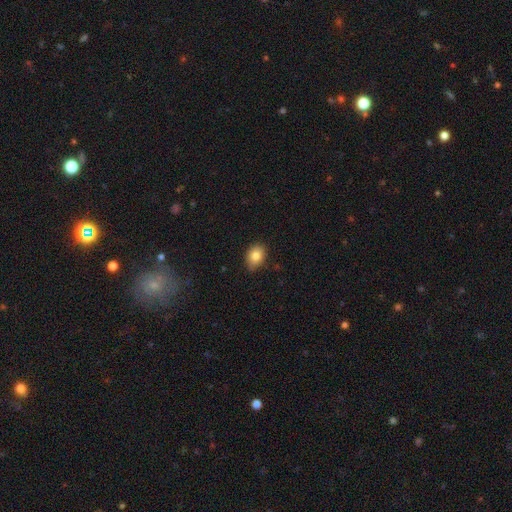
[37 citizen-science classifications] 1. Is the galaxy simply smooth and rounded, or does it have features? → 86% smooth, 8% featured or disk, 5% star or artifact.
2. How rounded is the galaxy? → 53% in between, 47% round, 0% cigar-shaped.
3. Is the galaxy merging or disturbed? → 71% none, 23% minor disturbance, 6% major disturbance, 0% merger.